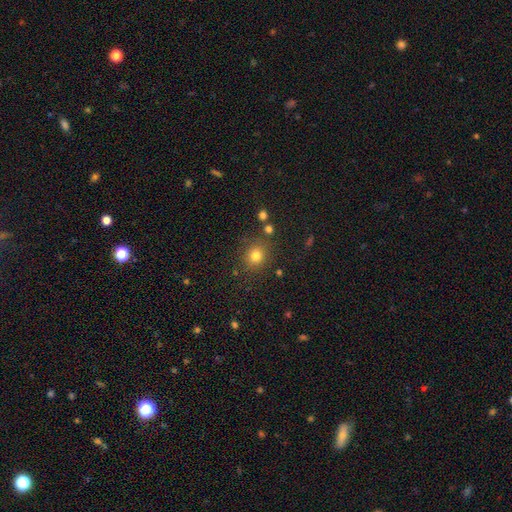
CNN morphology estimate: This is likely a smooth galaxy (78%). How rounded: clearly round (84%). Merging: clearly none (83%).